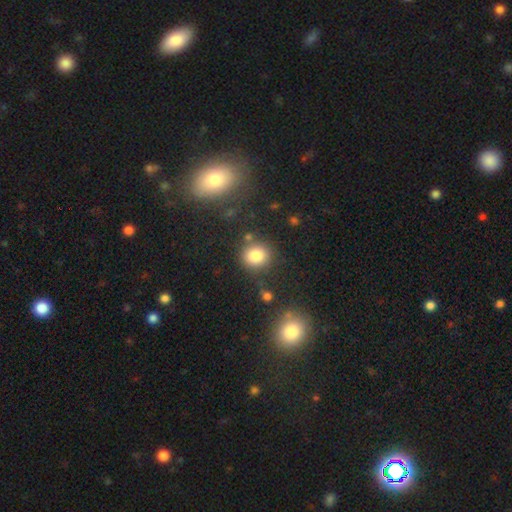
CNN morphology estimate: Q: Smooth or featured?
A: smooth (82%); runner-up: star or artifact (11%)
Q: How rounded?
A: round (82%); runner-up: in between (17%)
Q: Merging?
A: none (80%); runner-up: minor disturbance (10%)